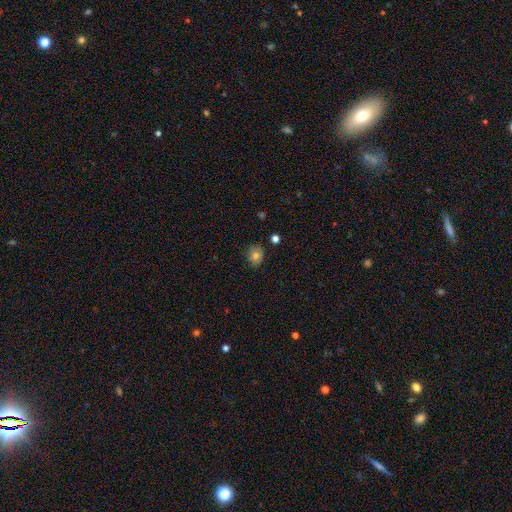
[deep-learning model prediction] Smooth or featured? smooth (78%)
How rounded? round (60%)
Merging? none (82%)